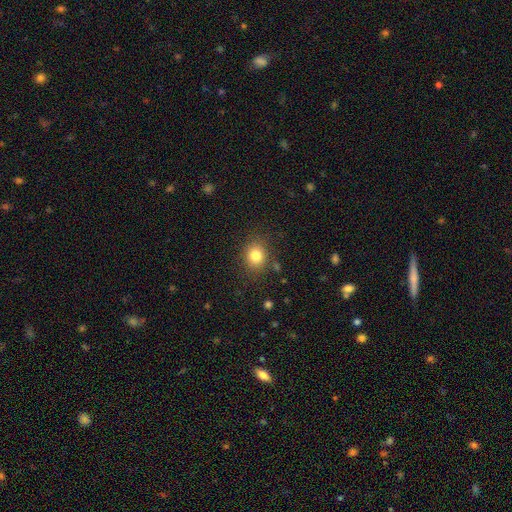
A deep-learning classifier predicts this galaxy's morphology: This is clearly a smooth galaxy (82%). How rounded: likely round (63%). Merging: clearly none (83%).